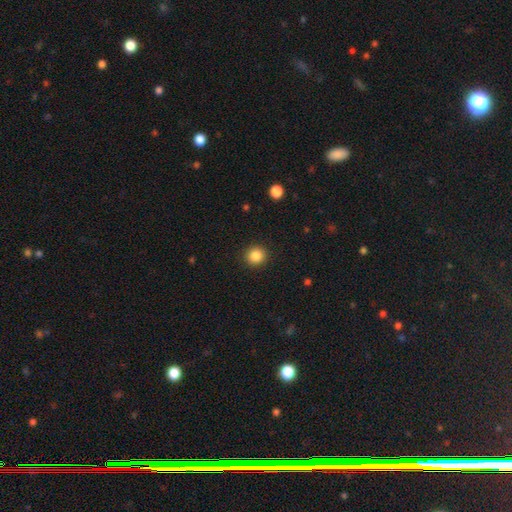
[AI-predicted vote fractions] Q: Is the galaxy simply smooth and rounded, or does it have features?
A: smooth — 86%.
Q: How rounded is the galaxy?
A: round — 93%.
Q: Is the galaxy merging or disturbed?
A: none — 92%.